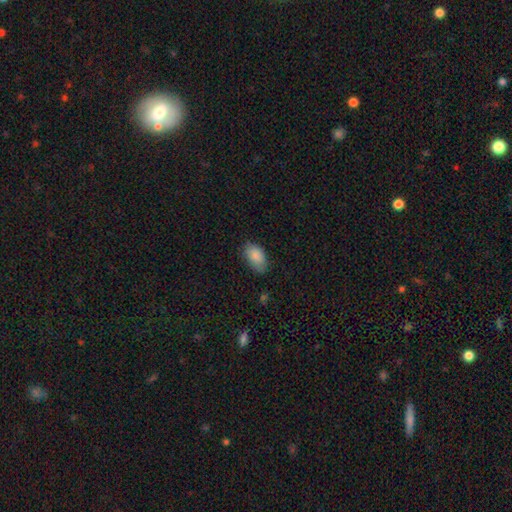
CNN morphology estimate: smooth_or_featured: smooth (p=0.86) [alt: star or artifact p=0.07]
how_rounded: in between (p=0.93) [alt: round p=0.05]
merging: none (p=0.74) [alt: minor disturbance p=0.21]